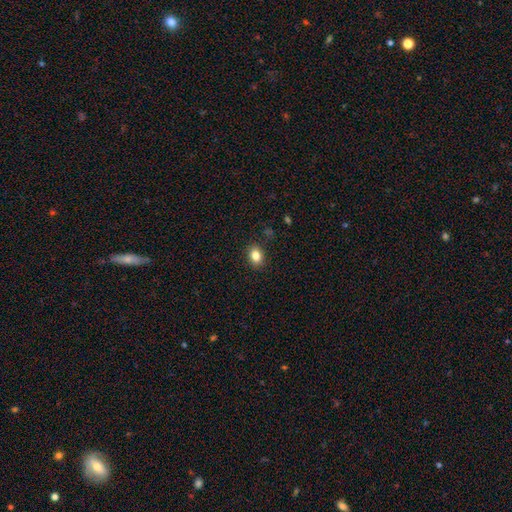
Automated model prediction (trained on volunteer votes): smooth_or_featured: smooth (p=0.83) [alt: star or artifact p=0.11]
how_rounded: in between (p=0.61) [alt: round p=0.37]
merging: none (p=0.88) [alt: minor disturbance p=0.09]